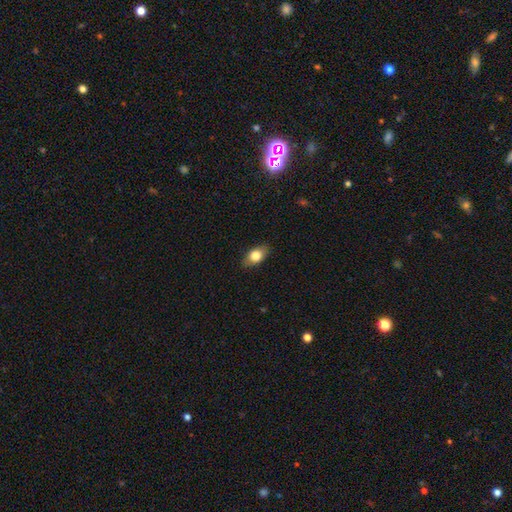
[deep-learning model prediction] smooth-or-featured: smooth: 77% | featured or disk: 16% | star or artifact: 7%
  how-rounded: in between: 84% | round: 11% | cigar-shaped: 5%
  merging: none: 85% | minor disturbance: 12% | major disturbance: 2% | merger: 1%